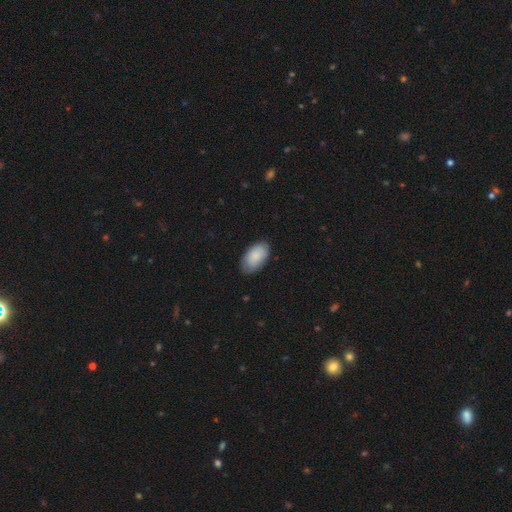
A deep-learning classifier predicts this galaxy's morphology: The model was most divided on "merging": none: 79%, minor disturbance: 17%, major disturbance: 3%, merger: 1%. More confident: how rounded — in between (95%); smooth or featured — smooth (85%).